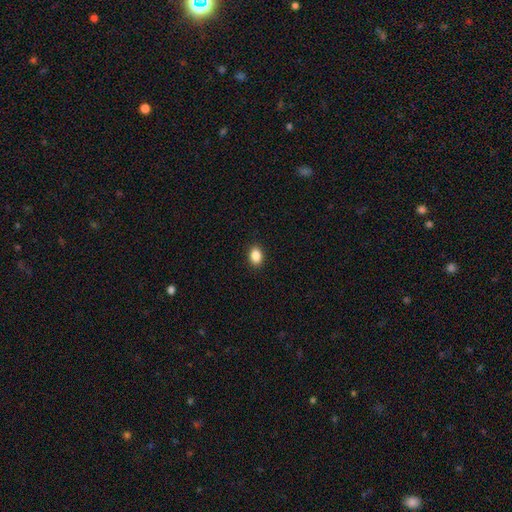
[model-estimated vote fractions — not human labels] Morphology: type=smooth (87%); roundness=in between (74%); merging=none (90%).